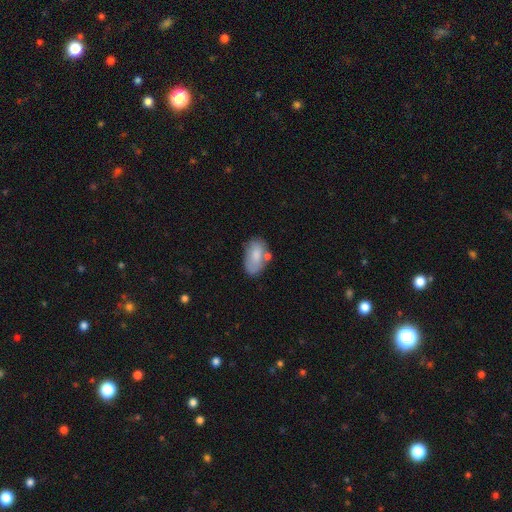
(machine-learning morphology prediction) This is likely a smooth galaxy (77%). How rounded: clearly in between (93%). Merging: possibly none (55%).